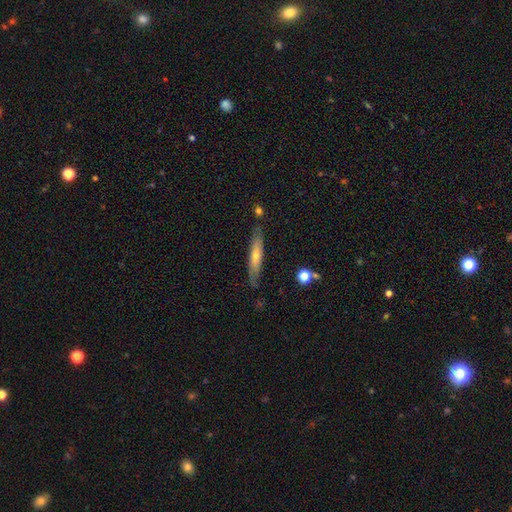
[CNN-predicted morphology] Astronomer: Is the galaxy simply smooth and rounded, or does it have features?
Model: featured or disk — 48% (runner-up: smooth, 46%).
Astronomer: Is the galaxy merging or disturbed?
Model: none — 80%.